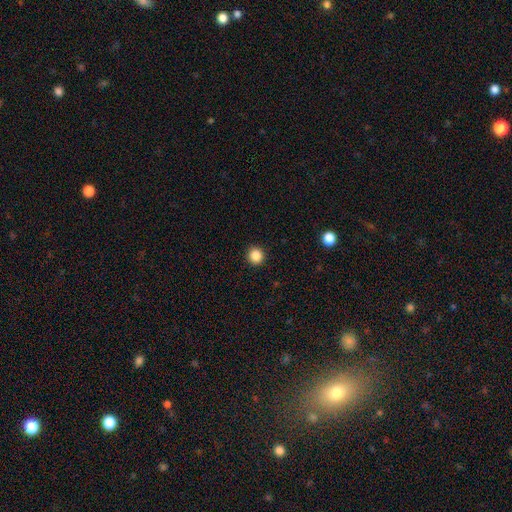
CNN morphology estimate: This is clearly a smooth galaxy (86%). How rounded: clearly round (93%). Merging: clearly none (93%).